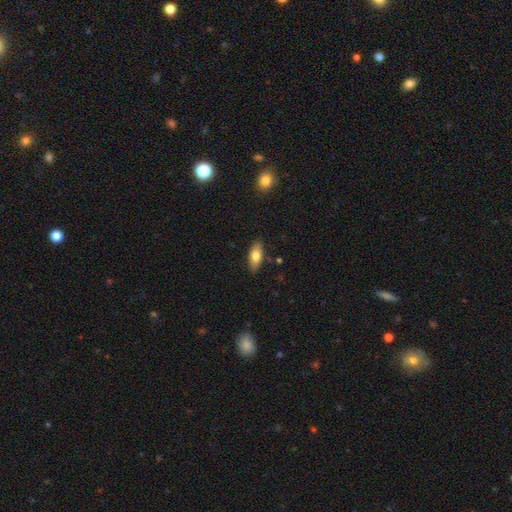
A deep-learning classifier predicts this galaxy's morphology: type=smooth (76%); roundness=in between (81%); merging=none (85%).